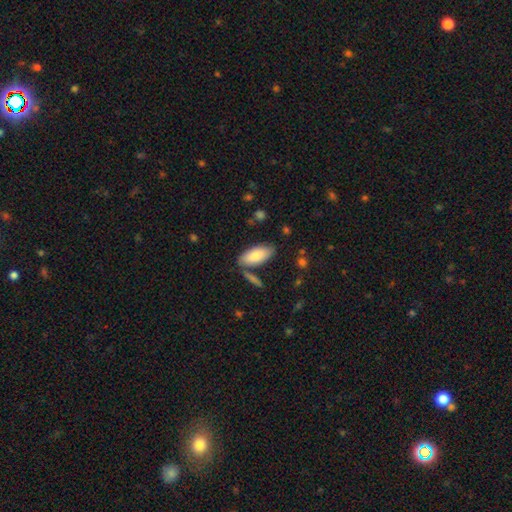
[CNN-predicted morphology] smooth_or_featured: smooth (p=0.83) [alt: featured or disk p=0.12]
how_rounded: in between (p=0.87) [alt: cigar-shaped p=0.11]
merging: none (p=0.75) [alt: minor disturbance p=0.13]